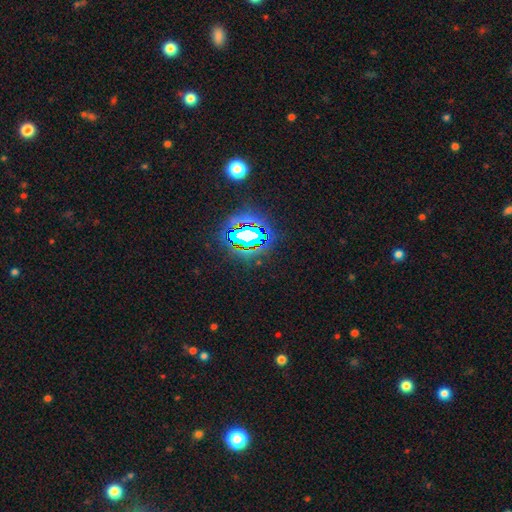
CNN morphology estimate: Smooth or featured? star or artifact (81%)